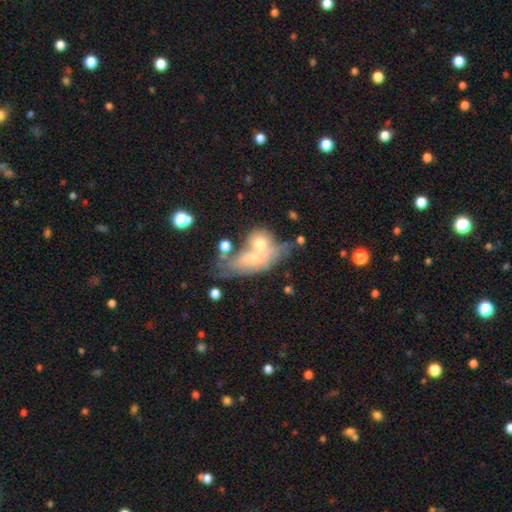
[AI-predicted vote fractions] This appears to be a smooth galaxy with no disk features (46%). Merging: merger (36%).